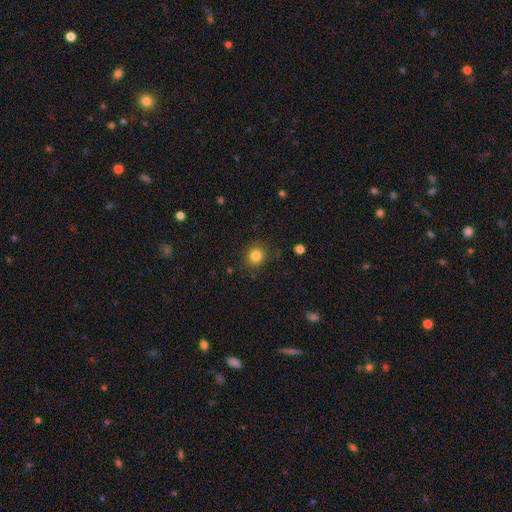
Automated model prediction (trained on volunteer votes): The model was most divided on "how rounded": round: 85%, in between: 14%, cigar-shaped: 1%. More confident: merging — none (87%); smooth or featured — smooth (83%).